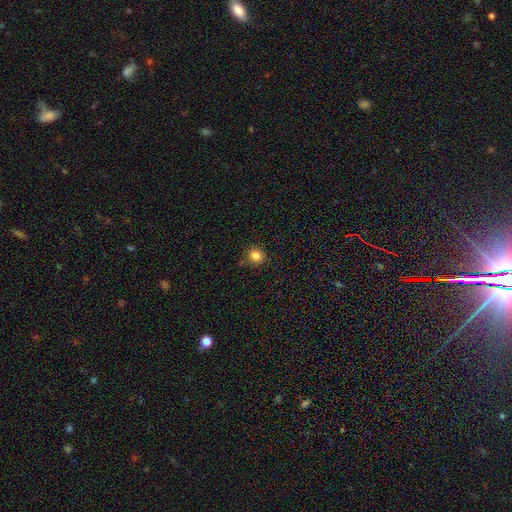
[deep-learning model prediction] This appears to be a smooth galaxy with no disk features (83%) that is round (88%). Merging: none (84%).